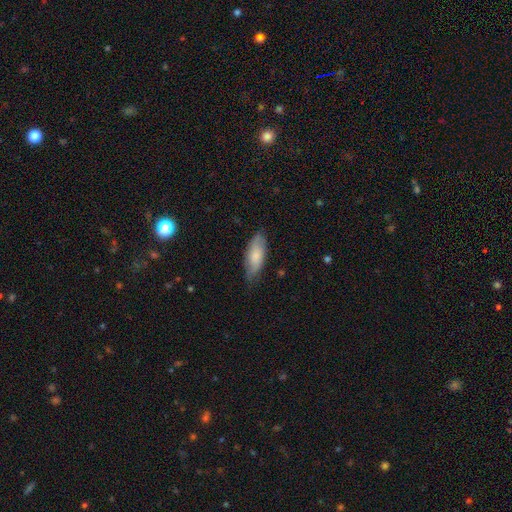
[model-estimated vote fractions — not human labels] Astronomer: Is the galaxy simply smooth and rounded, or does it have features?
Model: smooth — 72%.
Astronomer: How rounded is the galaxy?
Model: in between — 77%.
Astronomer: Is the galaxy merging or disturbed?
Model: none — 72%.